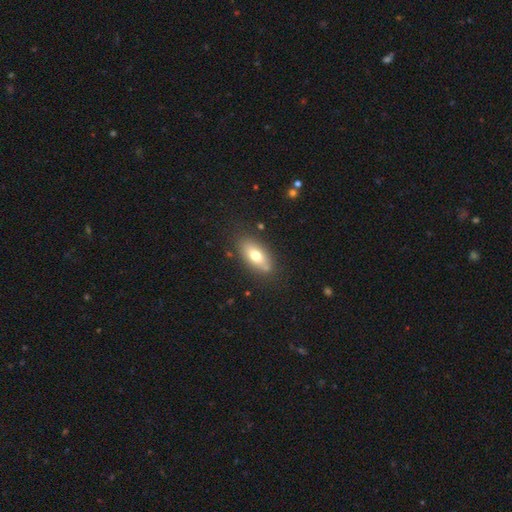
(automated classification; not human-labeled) smooth-or-featured: smooth: 70% | featured or disk: 21% | star or artifact: 8%
  how-rounded: in between: 86% | cigar-shaped: 8% | round: 5%
  merging: none: 79% | minor disturbance: 13% | merger: 4% | major disturbance: 4%